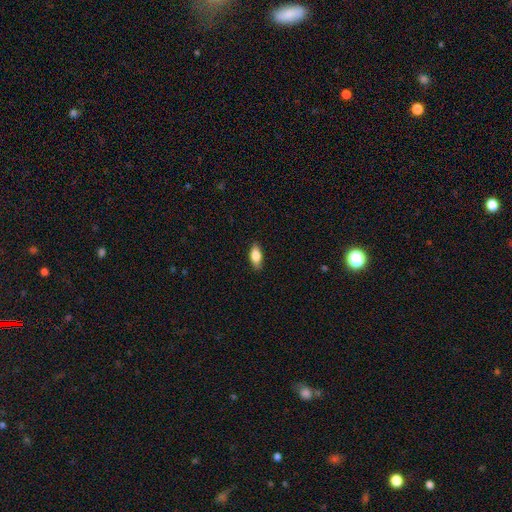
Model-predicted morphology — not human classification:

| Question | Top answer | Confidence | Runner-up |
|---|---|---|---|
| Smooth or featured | smooth | 79% | featured or disk (14%) |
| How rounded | in between | 83% | cigar-shaped (13%) |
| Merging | none | 86% | minor disturbance (11%) |